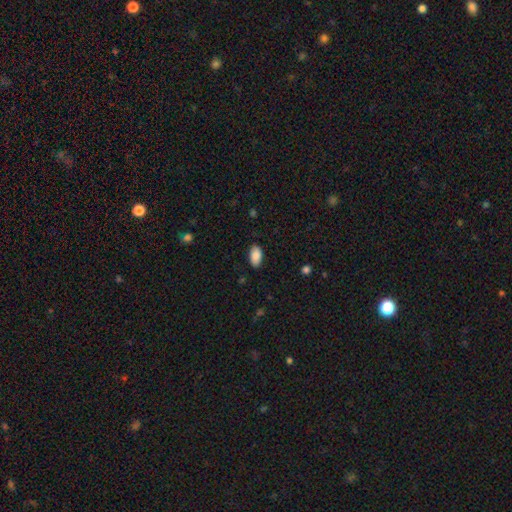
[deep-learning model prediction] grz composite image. It shows a smooth galaxy with no disk features (89%) that is in between round and cigar-shaped (95%). Merging: none (85%).